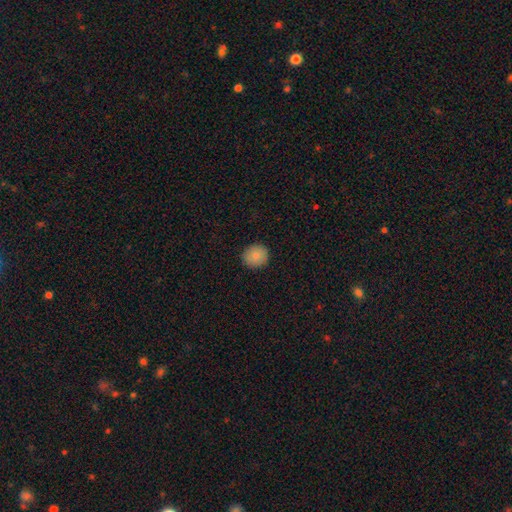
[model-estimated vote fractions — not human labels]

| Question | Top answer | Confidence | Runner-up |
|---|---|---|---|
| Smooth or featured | smooth | 86% | star or artifact (8%) |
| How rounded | round | 84% | in between (15%) |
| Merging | none | 90% | minor disturbance (7%) |